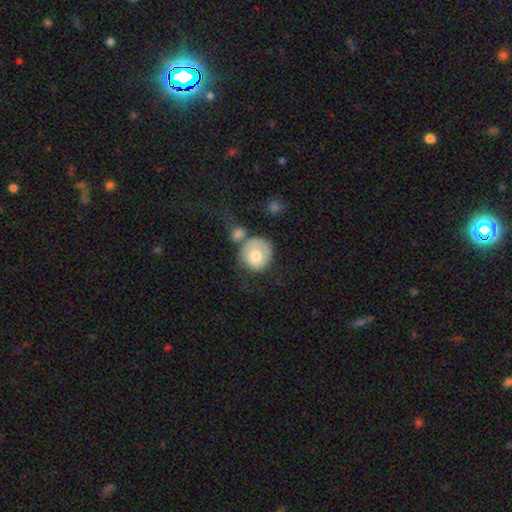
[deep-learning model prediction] The model was most divided on "merging": none: 38%, merger: 25%, minor disturbance: 19%, major disturbance: 18%. More confident: how rounded — round (83%); smooth or featured — smooth (60%).